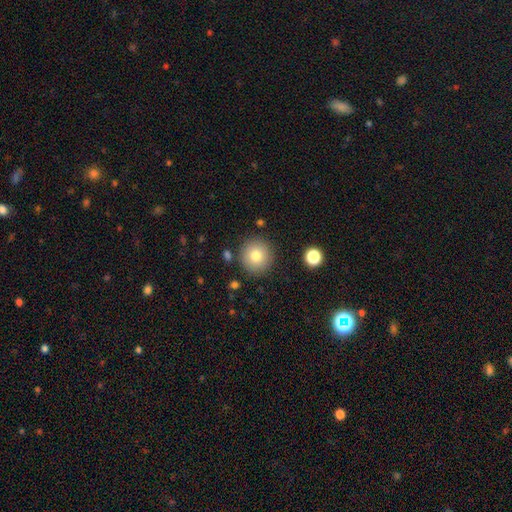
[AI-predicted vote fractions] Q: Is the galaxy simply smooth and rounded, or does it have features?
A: smooth — 78%.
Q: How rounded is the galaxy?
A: round — 95%.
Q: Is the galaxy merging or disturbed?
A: none — 88%.